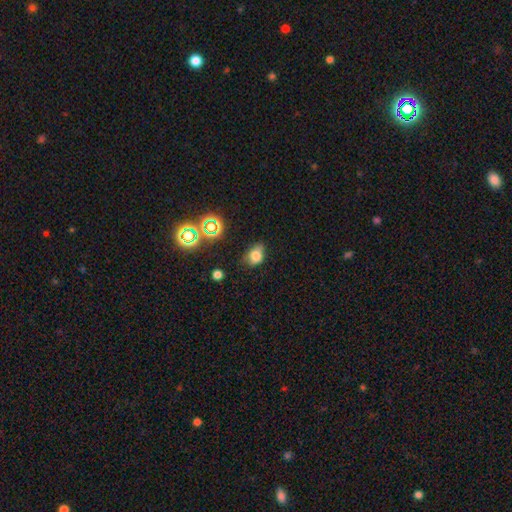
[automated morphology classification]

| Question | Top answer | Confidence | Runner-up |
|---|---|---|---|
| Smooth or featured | smooth | 72% | star or artifact (17%) |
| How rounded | in between | 72% | round (26%) |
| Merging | none | 57% | minor disturbance (30%) |